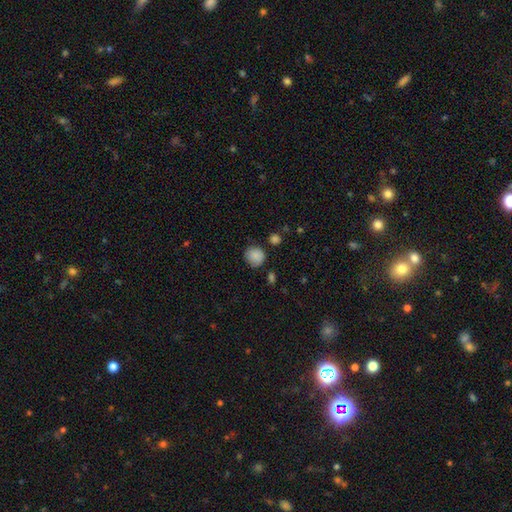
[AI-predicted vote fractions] Morphology: type=smooth (86%); roundness=round (86%); merging=none (77%).